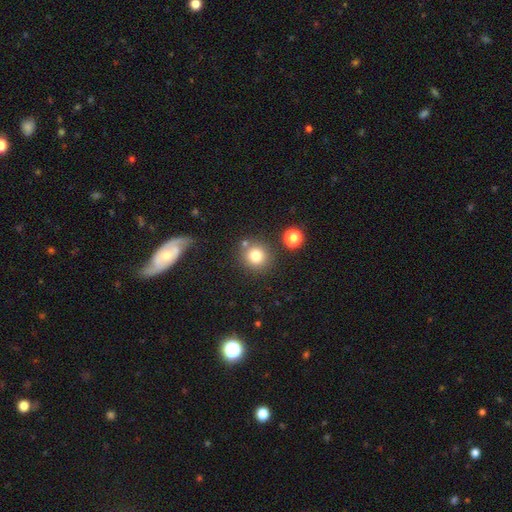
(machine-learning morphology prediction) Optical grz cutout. It shows a smooth galaxy with no disk features (80%) that is round (91%). Merging: none (78%).